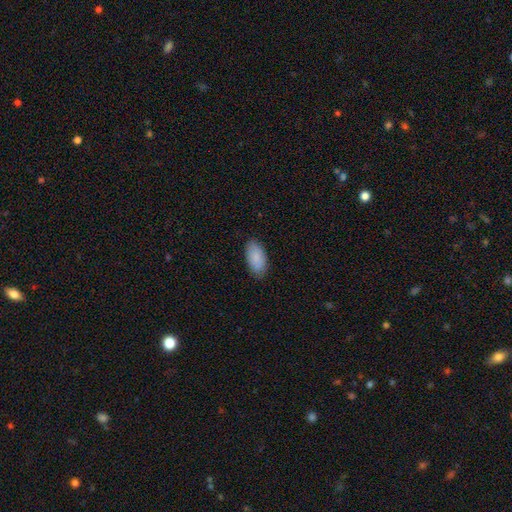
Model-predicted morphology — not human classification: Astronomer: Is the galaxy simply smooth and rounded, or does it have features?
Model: smooth — 87%.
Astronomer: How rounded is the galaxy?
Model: in between — 94%.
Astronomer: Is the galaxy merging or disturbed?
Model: none — 84%.